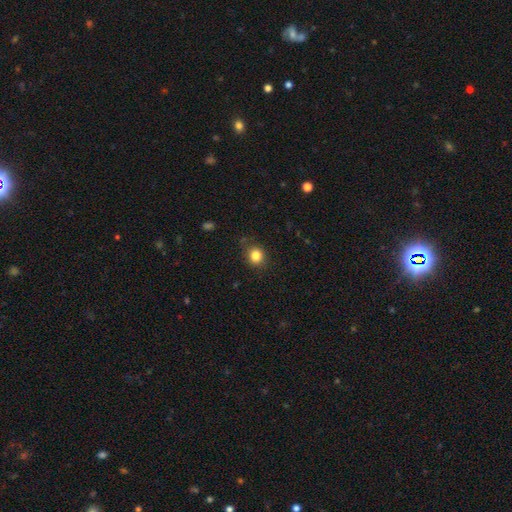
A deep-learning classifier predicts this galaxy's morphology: A smooth galaxy with no disk features (83%) that is round (81%). Merging: none (82%).